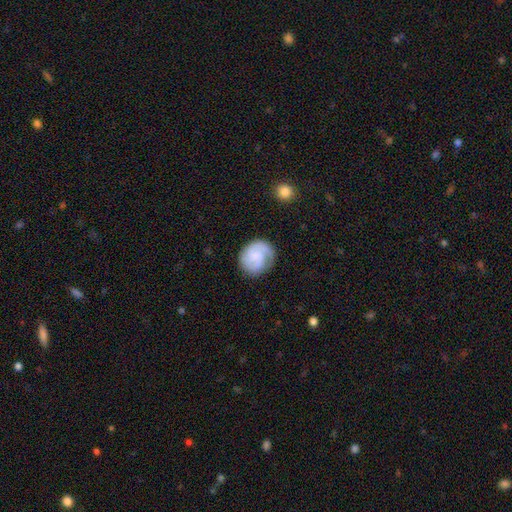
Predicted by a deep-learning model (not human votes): smooth-or-featured: featured or disk: 65% | smooth: 28% | star or artifact: 6%
  disk-edge-on: no: 98% | yes: 2%
    bar: no: 61% | weak: 33% | strong: 5%
    has-spiral-arms: yes: 95% | no: 5%
      spiral-winding: tight: 49% | medium: 39% | loose: 12%
      spiral-arm-count: 2: 43% | 3: 22% | can't tell: 15% | 1: 13% | 4: 3% | more than 4: 3%
    bulge-size: none: 42% | small: 37% | moderate: 15% | large: 4% | dominant: 2%
  merging: none: 75% | minor disturbance: 17% | major disturbance: 8% | merger: 1%